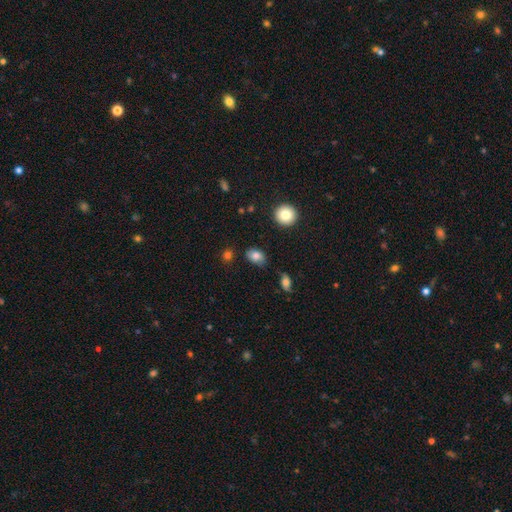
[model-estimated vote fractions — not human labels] Smooth or featured: smooth — 82% (star or artifact — 10%)
How rounded: in between — 79% (round — 20%)
Merging: none — 75% (minor disturbance — 18%)